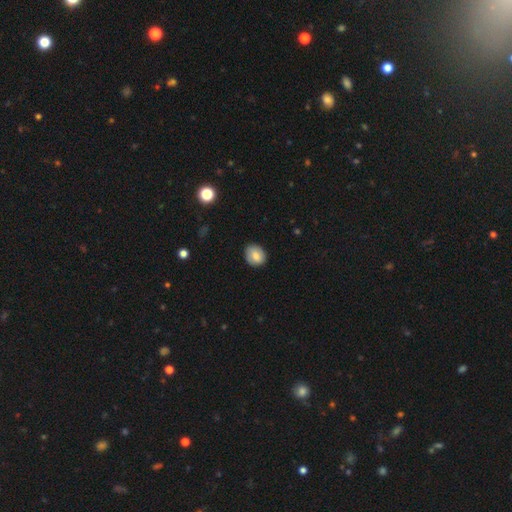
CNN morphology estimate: The model was most divided on "how rounded": round: 60%, in between: 40%, cigar-shaped: 1%. More confident: merging — none (84%); smooth or featured — smooth (80%).